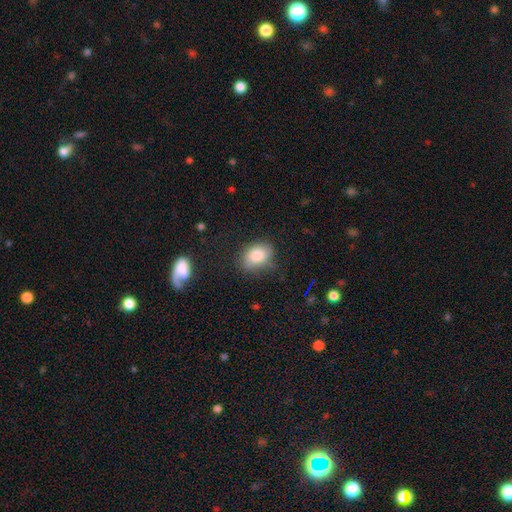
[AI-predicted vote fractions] Morphology: type=smooth (83%); roundness=in between (77%); merging=none (70%).